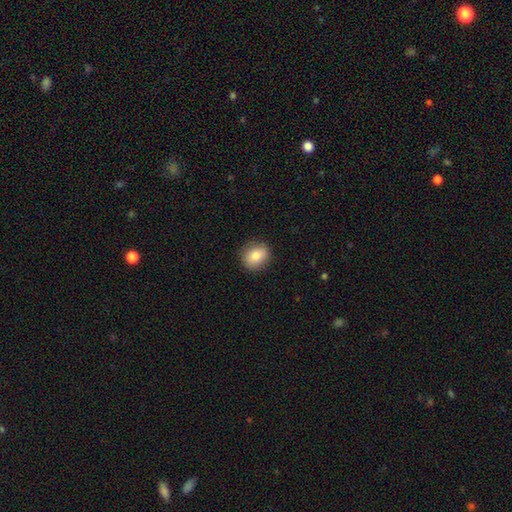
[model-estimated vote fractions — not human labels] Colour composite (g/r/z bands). It shows a smooth galaxy with no disk features (82%) that is round (75%). Merging: none (88%).